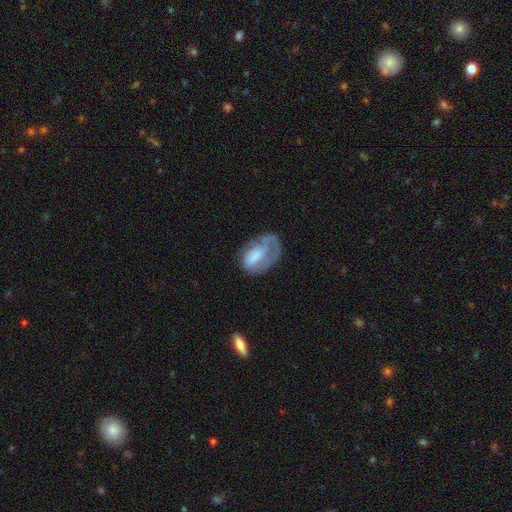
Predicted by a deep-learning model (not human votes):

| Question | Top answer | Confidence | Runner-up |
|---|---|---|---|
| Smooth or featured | smooth | 50% | featured or disk (43%) |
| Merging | none | 37% | major disturbance (33%) |